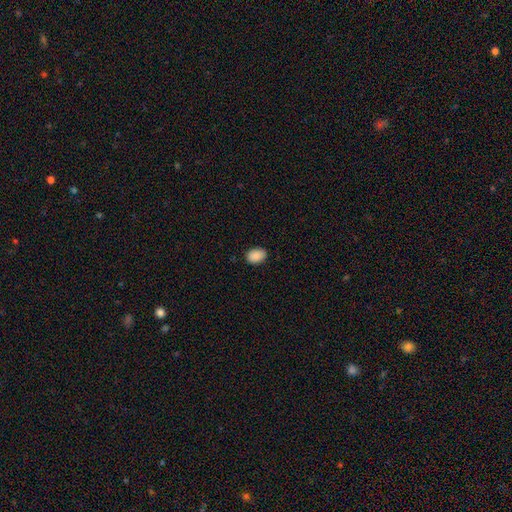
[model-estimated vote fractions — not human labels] Smooth or featured?
  - smooth: 90% *
  - star or artifact: 7%
  - featured or disk: 3%
How rounded?
  - in between: 79% *
  - round: 20%
  - cigar-shaped: 1%
Merging?
  - none: 88% *
  - minor disturbance: 9%
  - major disturbance: 2%
  - merger: 1%